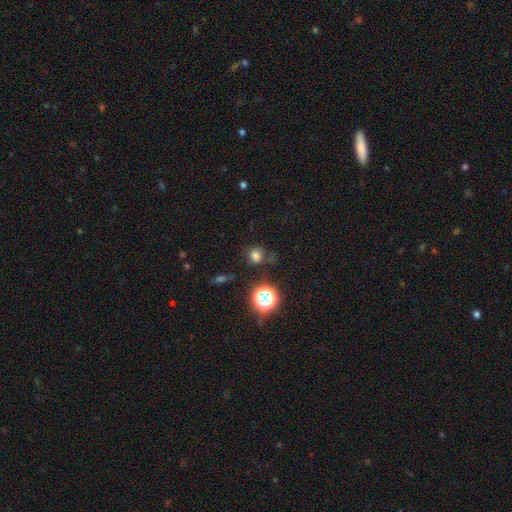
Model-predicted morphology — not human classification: Overall: smooth (70%). How rounded: round (82%). Merging: none (73%).